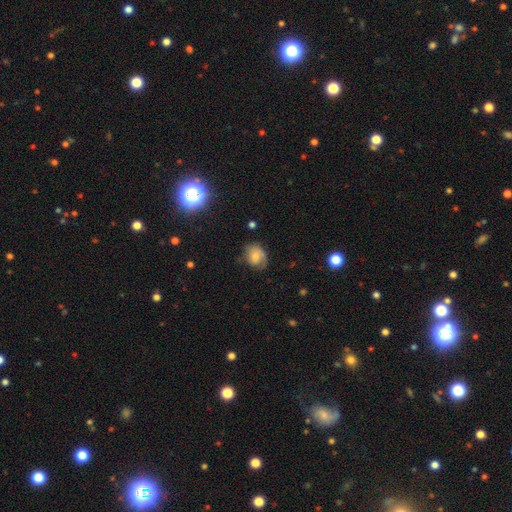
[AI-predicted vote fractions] A smooth galaxy with no disk features (55%) that is round (50%).

Vote fractions:
- Smooth or featured? smooth: 55% / featured or disk: 34% / star or artifact: 11%
- How rounded? round: 50% / in between: 49% / cigar-shaped: 1%
- Merging? none: 56% / minor disturbance: 29% / major disturbance: 14% / merger: 2%